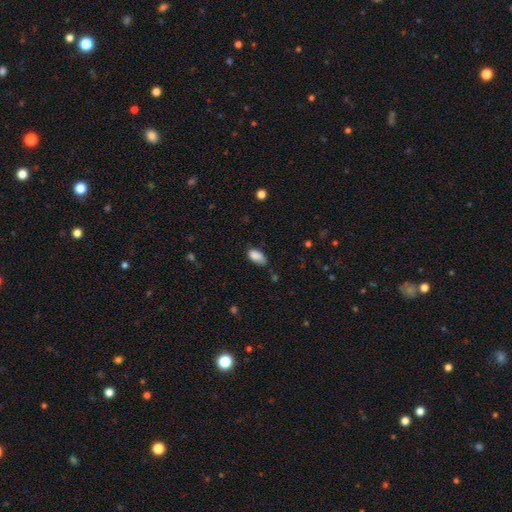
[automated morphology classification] The model was most divided on "merging": none: 51%, minor disturbance: 37%, major disturbance: 9%, merger: 3%. More confident: how rounded — in between (93%); smooth or featured — smooth (86%).